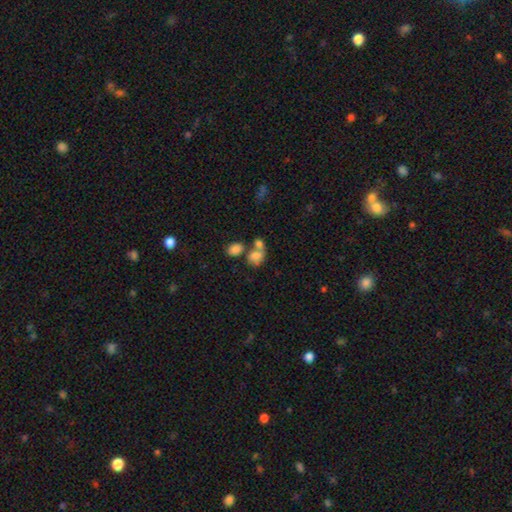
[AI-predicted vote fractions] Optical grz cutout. It shows a smooth galaxy with no disk features (73%) that is in between round and cigar-shaped (62%). Merging: merger (53%).